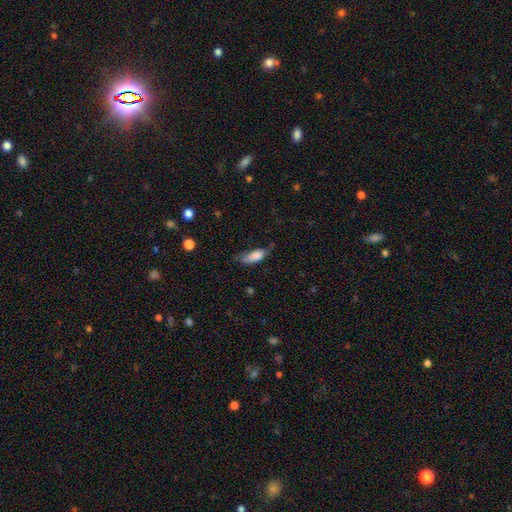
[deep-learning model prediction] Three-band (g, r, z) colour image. It shows a smooth galaxy with no disk features (82%) that is in between round and cigar-shaped (73%). Merging: none (45%).